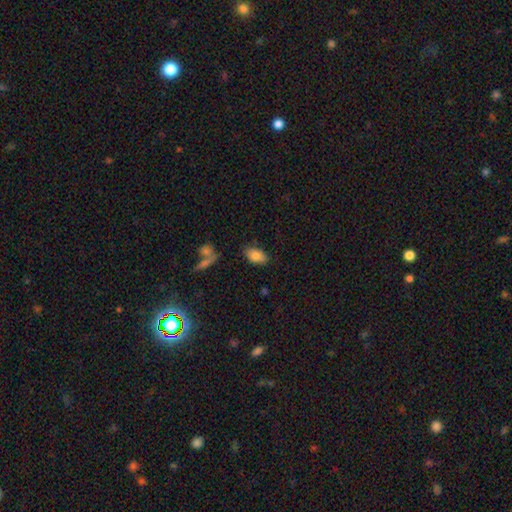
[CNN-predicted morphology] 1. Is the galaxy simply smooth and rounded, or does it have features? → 82% smooth, 10% featured or disk, 8% star or artifact.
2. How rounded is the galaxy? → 92% in between, 5% round, 2% cigar-shaped.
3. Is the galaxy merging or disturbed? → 80% none, 13% minor disturbance, 3% merger, 3% major disturbance.